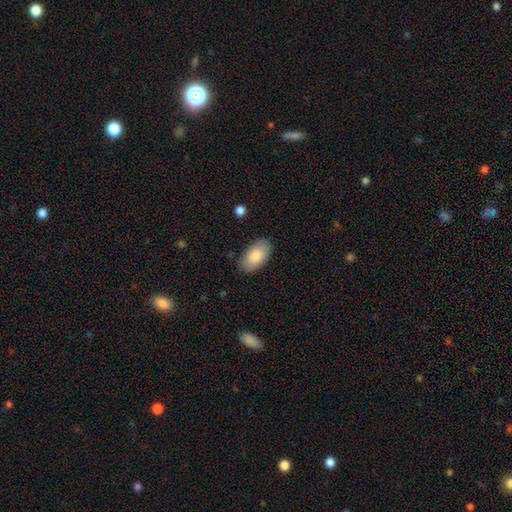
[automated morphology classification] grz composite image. It shows a smooth galaxy with no disk features (86%) that is in between round and cigar-shaped (95%). Merging: none (84%).